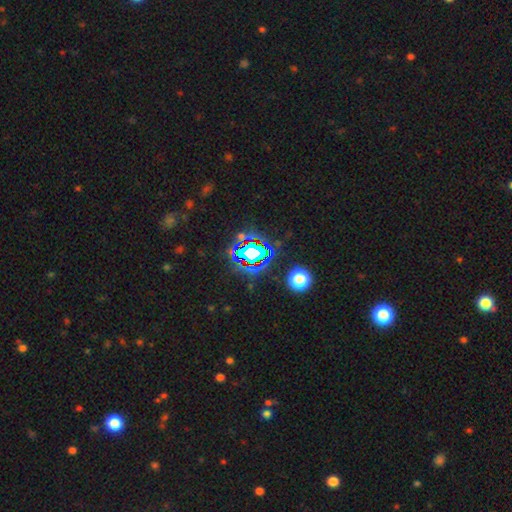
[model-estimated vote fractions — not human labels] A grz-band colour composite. It shows a star or artifact, not a galaxy (72%).